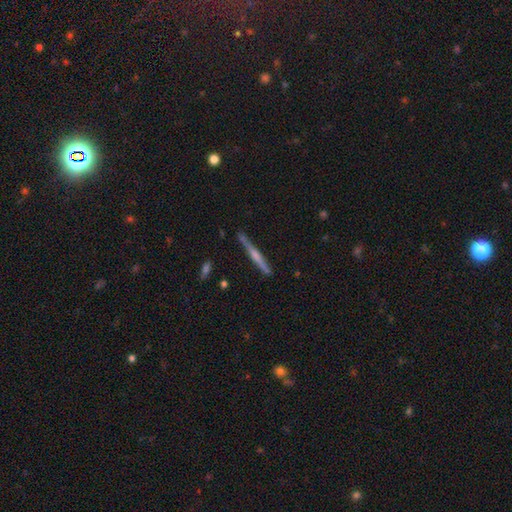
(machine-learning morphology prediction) Smooth or featured?
  - featured or disk: 67% *
  - smooth: 27%
  - star or artifact: 6%
Edge-on disk?
  - yes: 98% *
  - no: 2%
Edge-on bulge?
  - rounded: 59% *
  - none: 27%
  - boxy: 15%
Merging?
  - none: 87% *
  - minor disturbance: 9%
  - merger: 2%
  - major disturbance: 2%